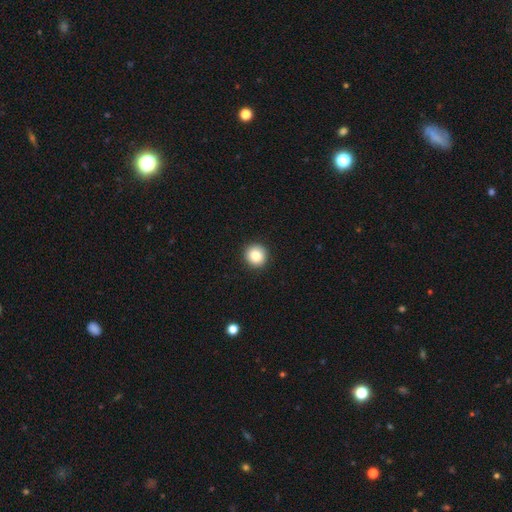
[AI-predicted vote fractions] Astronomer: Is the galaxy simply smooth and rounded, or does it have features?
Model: smooth — 86%.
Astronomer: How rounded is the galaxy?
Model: round — 93%.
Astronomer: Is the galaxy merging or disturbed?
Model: none — 92%.